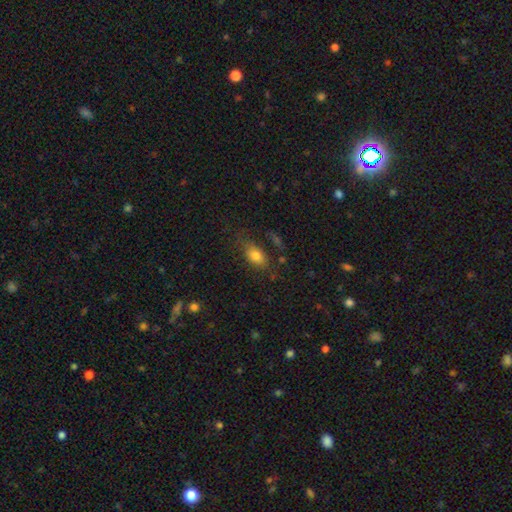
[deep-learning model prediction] smooth-or-featured: smooth: 79% | featured or disk: 12% | star or artifact: 9%
  how-rounded: in between: 87% | round: 9% | cigar-shaped: 4%
  merging: none: 67% | minor disturbance: 19% | major disturbance: 9% | merger: 5%